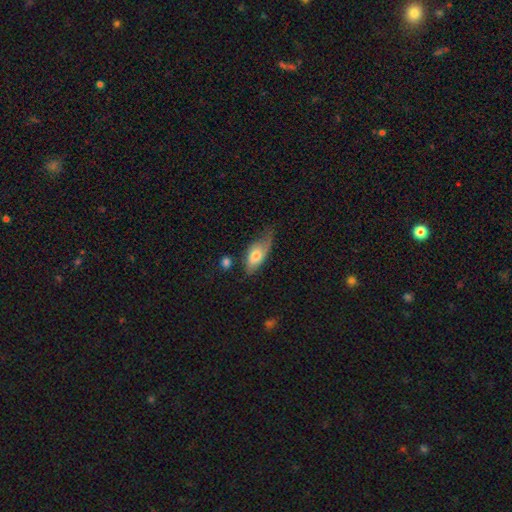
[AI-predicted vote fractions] Smooth or featured? smooth (70%)
How rounded? in between (85%)
Merging? minor disturbance (39%)